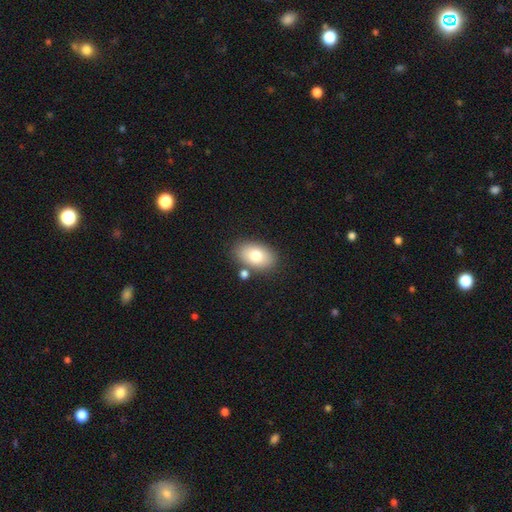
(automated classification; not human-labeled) smooth 77%, featured or disk 15%, star or artifact 8%. Down the decision tree: how rounded — in between (89%); merging — none (79%).